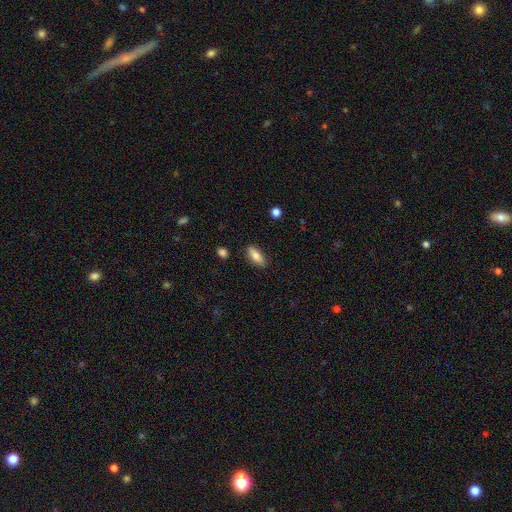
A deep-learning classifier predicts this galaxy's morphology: A smooth galaxy with no disk features (79%) that is in between round and cigar-shaped (78%). Merging: none (86%).